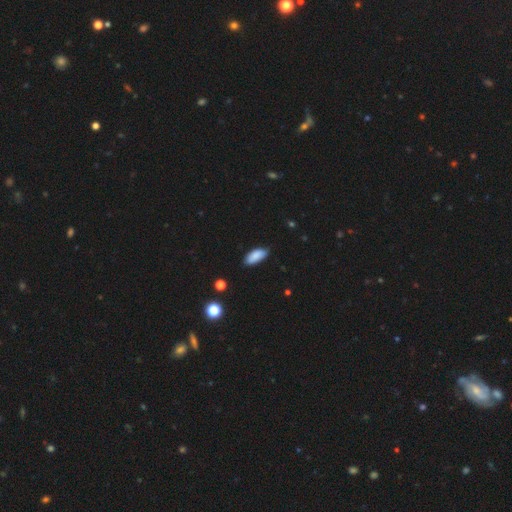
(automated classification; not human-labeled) Smooth or featured?
  - smooth: 87% *
  - star or artifact: 7%
  - featured or disk: 6%
How rounded?
  - in between: 86% *
  - cigar-shaped: 12%
  - round: 2%
Merging?
  - none: 77% *
  - minor disturbance: 19%
  - major disturbance: 2%
  - merger: 1%